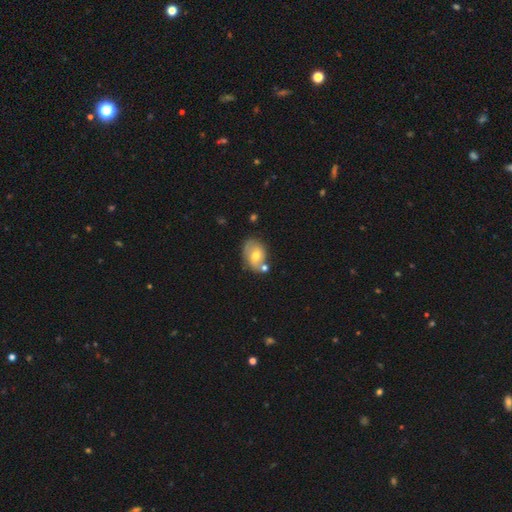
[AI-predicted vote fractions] Smooth or featured: smooth — 51% (featured or disk — 41%)
How rounded: in between — 73% (round — 26%)
Merging: none — 56% (minor disturbance — 22%)